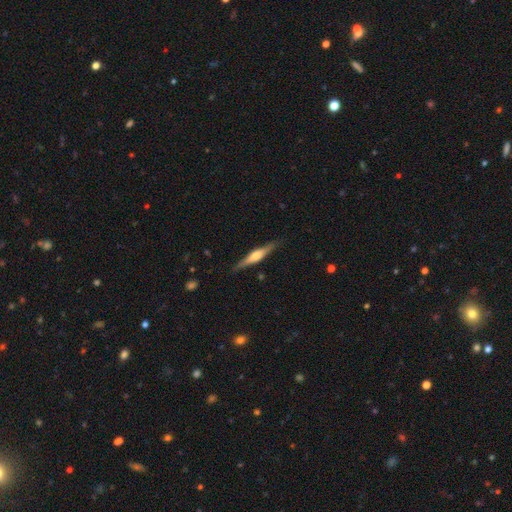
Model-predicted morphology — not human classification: Smooth or featured?
  - featured or disk: 68% *
  - smooth: 27%
  - star or artifact: 5%
Edge-on disk?
  - yes: 97% *
  - no: 3%
Edge-on bulge?
  - rounded: 86% *
  - boxy: 9%
  - none: 4%
Merging?
  - none: 88% *
  - minor disturbance: 9%
  - major disturbance: 2%
  - merger: 1%